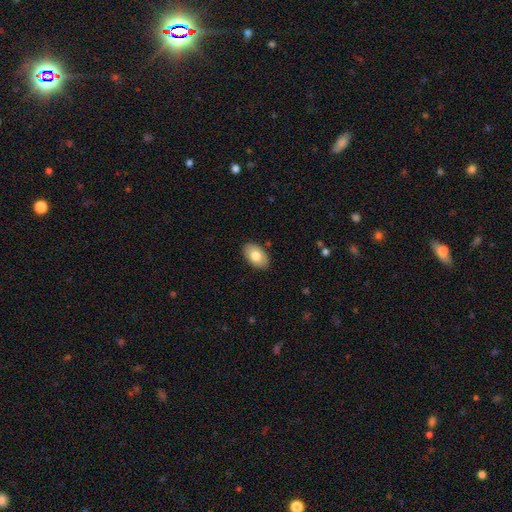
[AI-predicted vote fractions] Overall: smooth (78%). How rounded: in between (92%). Merging: none (87%).